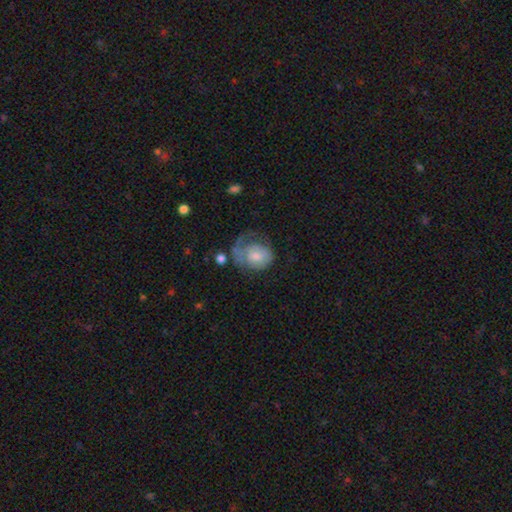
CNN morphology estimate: This is possibly a featured or disk galaxy (50%). Merging: marginally none (36%).